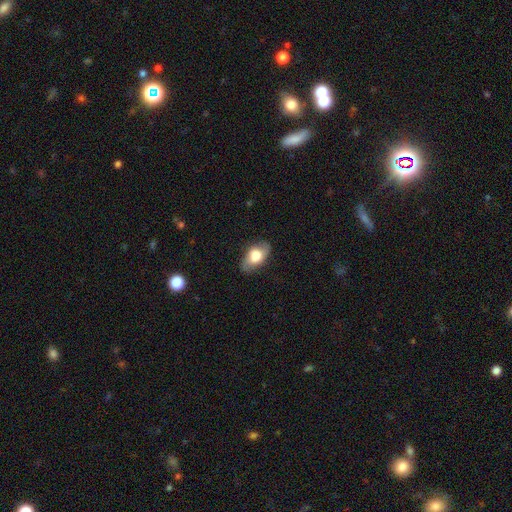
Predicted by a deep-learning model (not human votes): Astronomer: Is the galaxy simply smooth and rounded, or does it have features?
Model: smooth — 62%.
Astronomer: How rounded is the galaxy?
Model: in between — 88%.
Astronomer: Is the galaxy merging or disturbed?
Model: none — 79%.